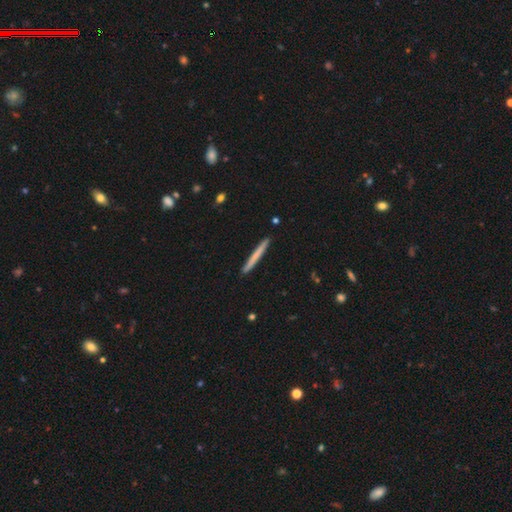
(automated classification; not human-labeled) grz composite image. It shows a smooth galaxy with no disk features (67%) that is cigar-shaped (97%). Merging: none (92%).